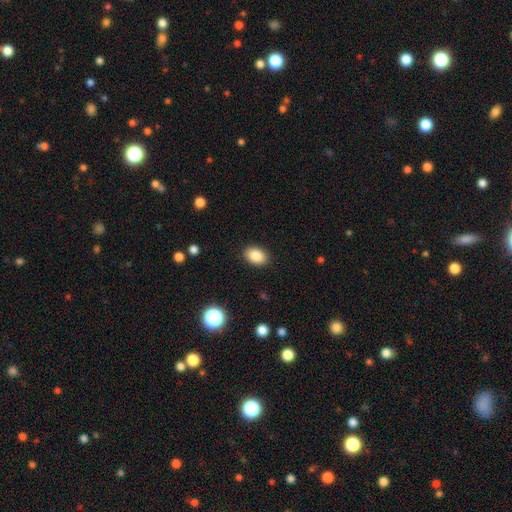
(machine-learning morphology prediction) smooth_or_featured: smooth (p=0.86) [alt: star or artifact p=0.09]
how_rounded: in between (p=0.80) [alt: round p=0.18]
merging: none (p=0.89) [alt: minor disturbance p=0.08]